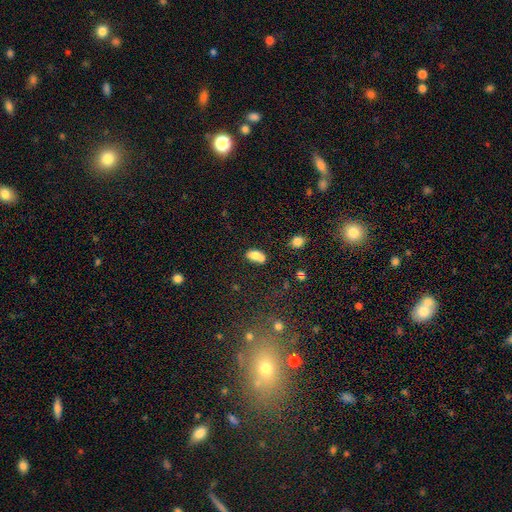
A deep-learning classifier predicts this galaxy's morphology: Smooth or featured?
  - smooth: 76% *
  - featured or disk: 15%
  - star or artifact: 10%
How rounded?
  - in between: 83% *
  - round: 15%
  - cigar-shaped: 2%
Merging?
  - none: 39% * (tied)
  - merger: 39% * (tied)
  - minor disturbance: 16%
  - major disturbance: 6%